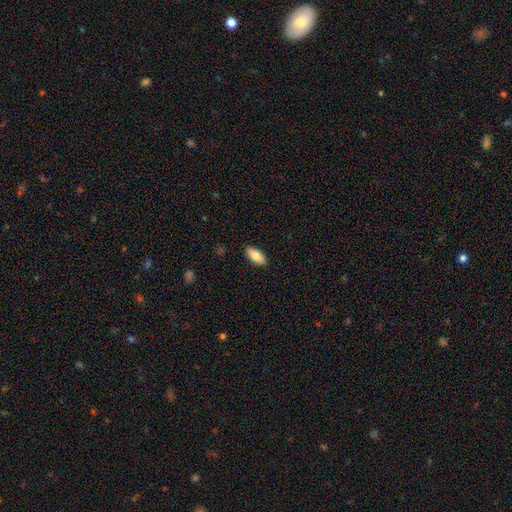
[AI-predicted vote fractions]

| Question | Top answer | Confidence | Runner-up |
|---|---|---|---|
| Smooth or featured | smooth | 80% | featured or disk (14%) |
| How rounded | in between | 87% | cigar-shaped (11%) |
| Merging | none | 90% | minor disturbance (8%) |